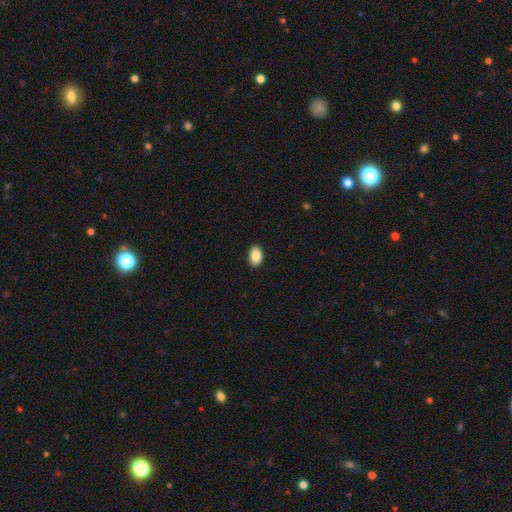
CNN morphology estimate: This is clearly a smooth galaxy (87%). How rounded: clearly in between (89%). Merging: clearly none (90%).